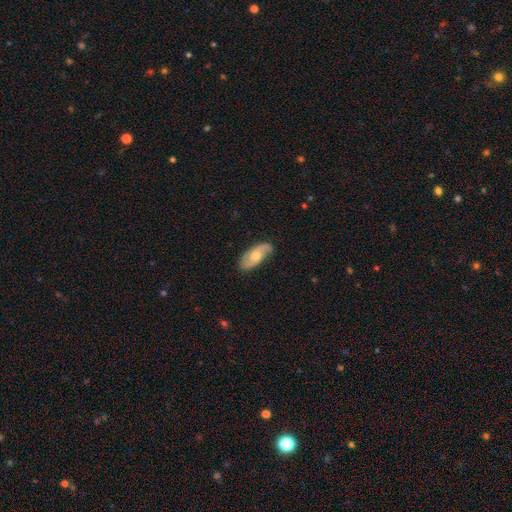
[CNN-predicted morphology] This is possibly a featured or disk galaxy (60%). It is clearly not viewed edge-on (93%). Bar: likely no (68%). Spiral arm pattern: clearly yes (90%). Central bulge: possibly moderate (55%). Merging: likely none (78%).